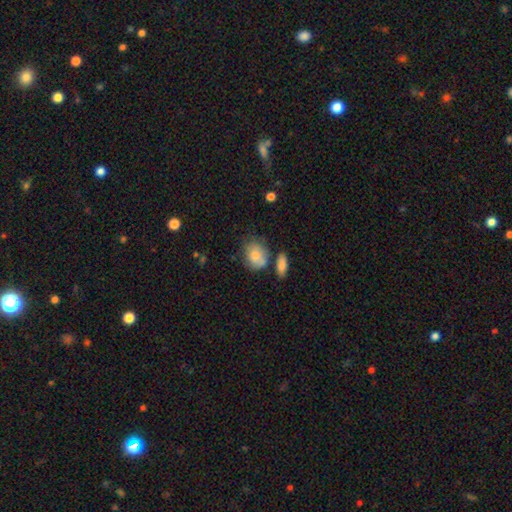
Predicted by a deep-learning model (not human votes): smooth_or_featured: smooth (p=0.75) [alt: featured or disk p=0.17]
how_rounded: in between (p=0.54) [alt: round p=0.44]
merging: none (p=0.52) [alt: minor disturbance p=0.23]